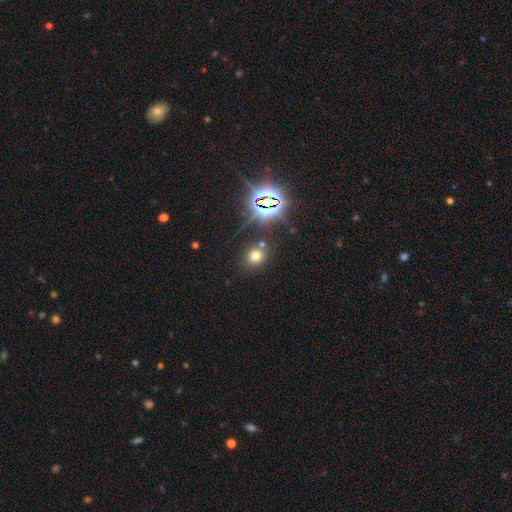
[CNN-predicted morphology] A smooth galaxy with no disk features (63%) that is round (75%). Merging: none (74%).